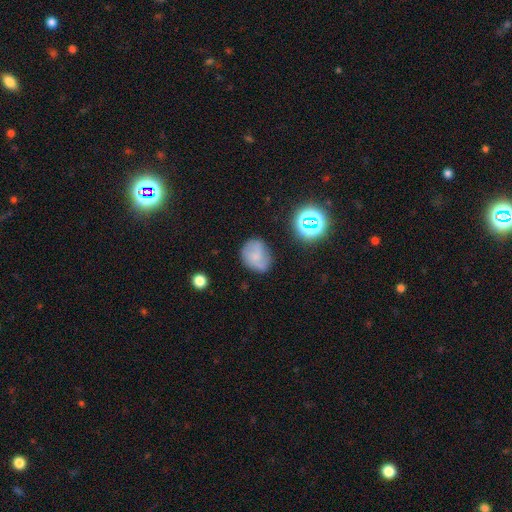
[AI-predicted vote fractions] Smooth or featured: smooth — 59% (featured or disk — 26%)
How rounded: round — 51% (in between — 48%)
Merging: none — 59% (minor disturbance — 27%)